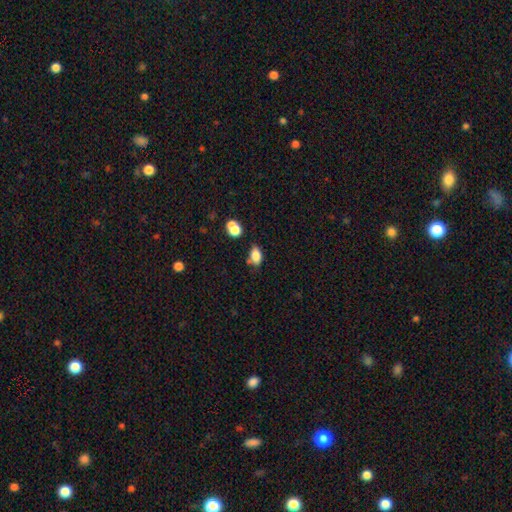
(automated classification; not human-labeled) A smooth galaxy with no disk features (82%) that is in between round and cigar-shaped (85%).

Vote fractions:
- Smooth or featured? smooth: 82% / star or artifact: 10% / featured or disk: 8%
- How rounded? in between: 85% / round: 12% / cigar-shaped: 3%
- Merging? none: 62% / minor disturbance: 20% / merger: 13% / major disturbance: 5%